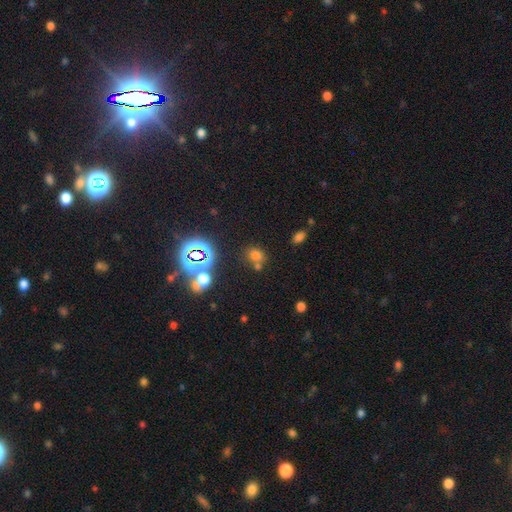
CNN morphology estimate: type=smooth (63%); roundness=round (60%); merging=none (59%).